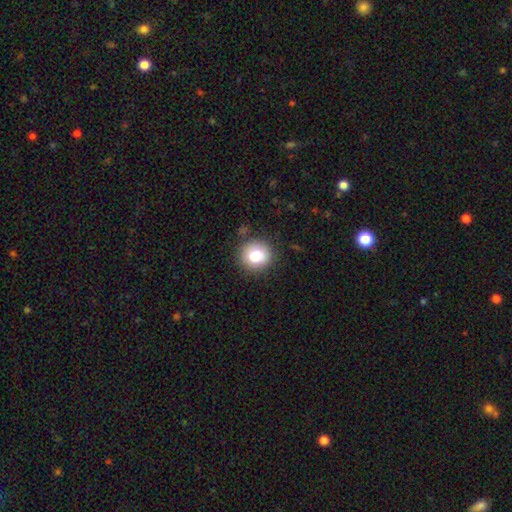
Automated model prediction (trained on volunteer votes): Overall: smooth (82%). How rounded: round (88%). Merging: none (86%).